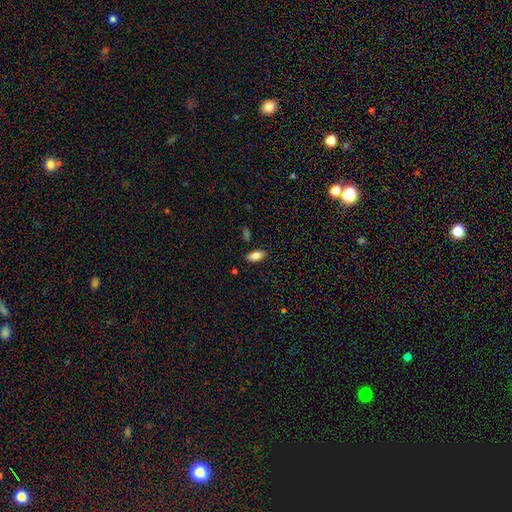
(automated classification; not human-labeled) A smooth galaxy with no disk features (82%) that is in between round and cigar-shaped (90%).

Vote fractions:
- Smooth or featured? smooth: 82% / featured or disk: 10% / star or artifact: 8%
- How rounded? in between: 90% / cigar-shaped: 7% / round: 3%
- Merging? none: 85% / minor disturbance: 10% / major disturbance: 2% / merger: 2%